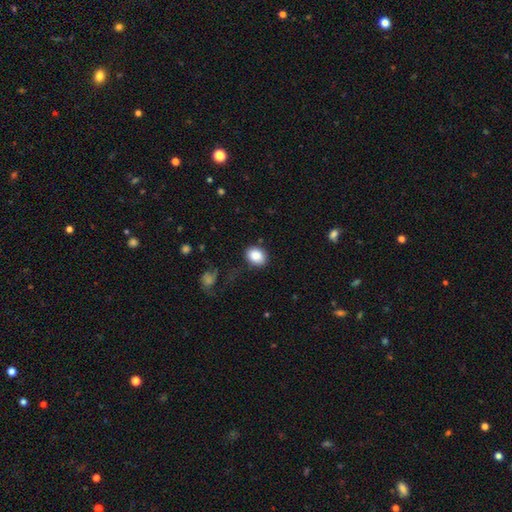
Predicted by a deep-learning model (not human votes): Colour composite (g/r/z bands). It shows a smooth galaxy with no disk features (87%) that is in between round and cigar-shaped (58%). Merging: none (79%).